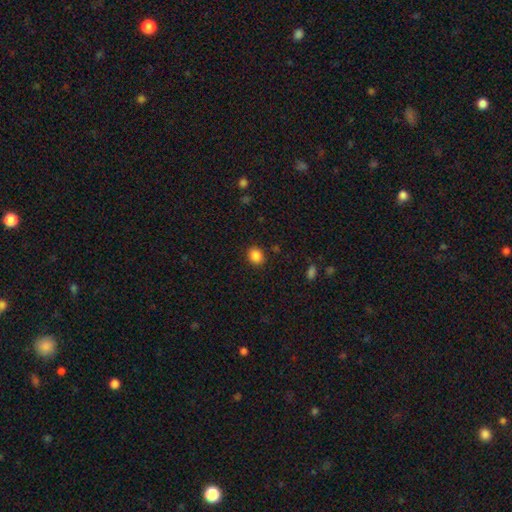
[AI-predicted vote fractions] This appears to be a smooth galaxy with no disk features (87%) that is round (68%). Merging: none (89%).